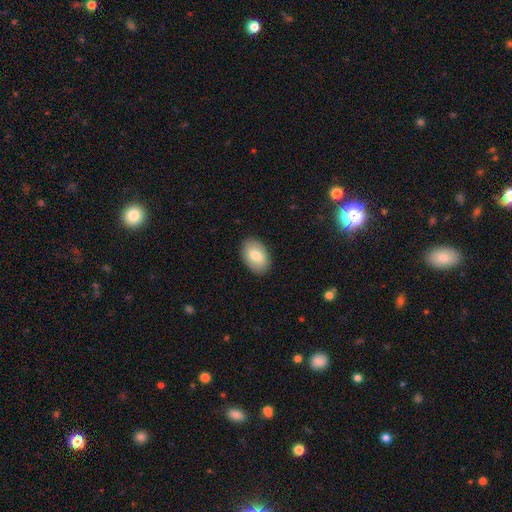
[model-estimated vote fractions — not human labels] A smooth galaxy with no disk features (76%) that is in between round and cigar-shaped (89%).

Vote fractions:
- Smooth or featured? smooth: 76% / featured or disk: 18% / star or artifact: 6%
- How rounded? in between: 89% / round: 10% / cigar-shaped: 1%
- Merging? none: 88% / minor disturbance: 9% / major disturbance: 2% / merger: 1%